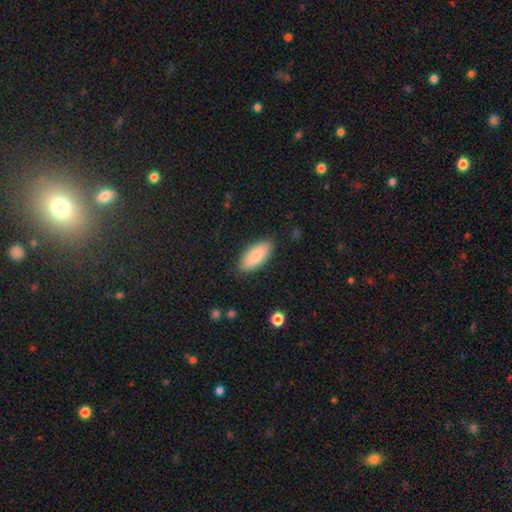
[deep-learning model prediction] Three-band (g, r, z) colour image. It shows a smooth galaxy with no disk features (85%) that is in between round and cigar-shaped (85%). Merging: none (85%).